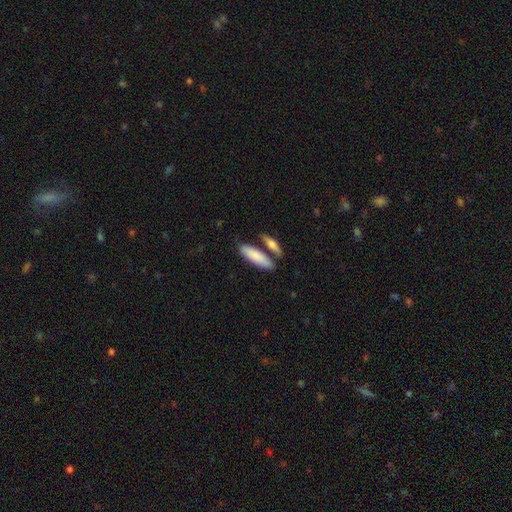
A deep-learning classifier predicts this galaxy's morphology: The model was most divided on "how rounded": in between: 50%, cigar-shaped: 48%, round: 2%. More confident: smooth or featured — smooth (83%); merging — none (64%).